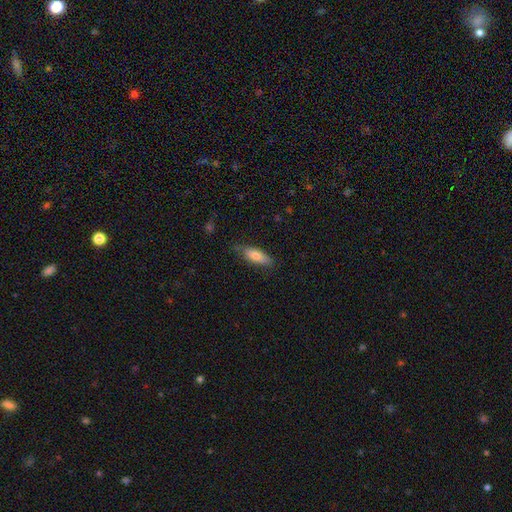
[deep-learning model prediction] smooth 78%, featured or disk 16%, star or artifact 6%. Down the decision tree: how rounded — in between (66%); merging — none (74%).